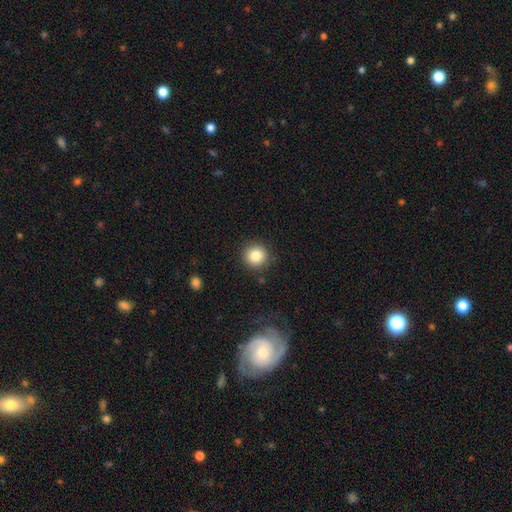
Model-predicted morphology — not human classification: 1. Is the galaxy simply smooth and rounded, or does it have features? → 83% smooth, 10% star or artifact, 7% featured or disk.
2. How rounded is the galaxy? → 94% round, 5% in between, 1% cigar-shaped.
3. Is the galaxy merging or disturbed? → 89% none, 7% minor disturbance, 2% major disturbance, 1% merger.